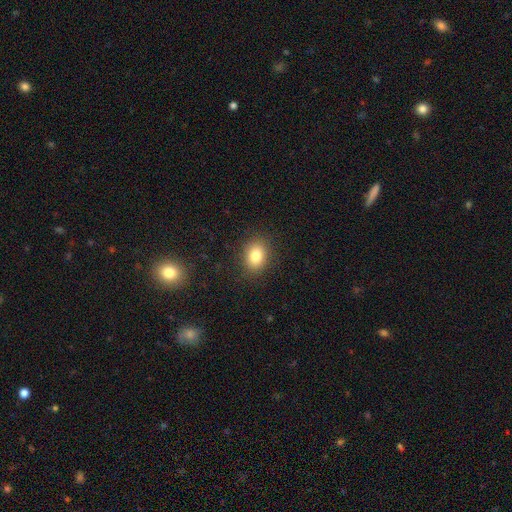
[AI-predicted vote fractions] This appears to be a smooth galaxy with no disk features (81%) that is in between round and cigar-shaped (60%). Merging: none (87%).